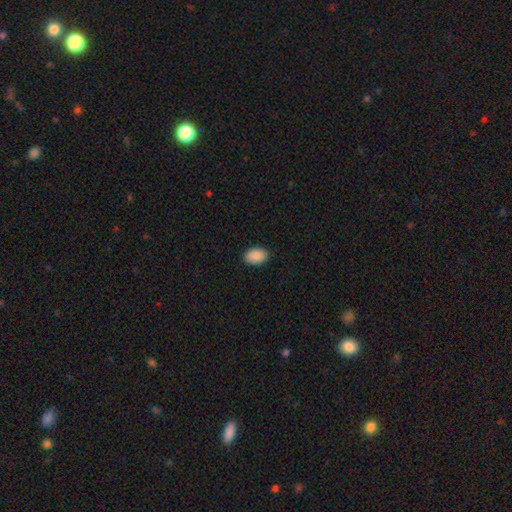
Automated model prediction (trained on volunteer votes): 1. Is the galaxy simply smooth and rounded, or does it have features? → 90% smooth, 7% star or artifact, 3% featured or disk.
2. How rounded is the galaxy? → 86% in between, 13% round, 1% cigar-shaped.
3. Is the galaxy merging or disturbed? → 90% none, 8% minor disturbance, 2% major disturbance, 1% merger.